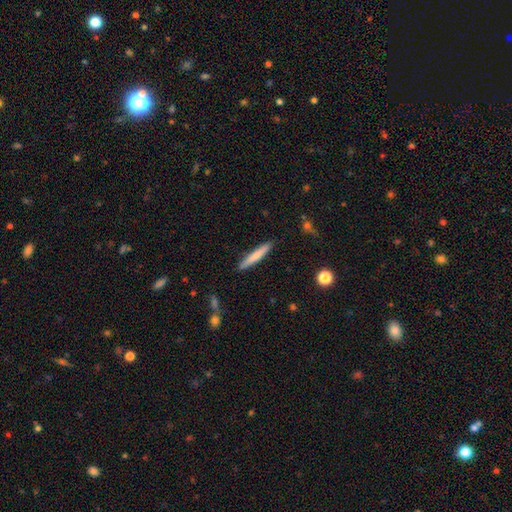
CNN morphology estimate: Smooth or featured?
  - smooth: 71% *
  - featured or disk: 23%
  - star or artifact: 6%
How rounded?
  - cigar-shaped: 95% *
  - in between: 4%
  - round: 1%
Merging?
  - none: 90% *
  - minor disturbance: 7%
  - major disturbance: 2%
  - merger: 1%